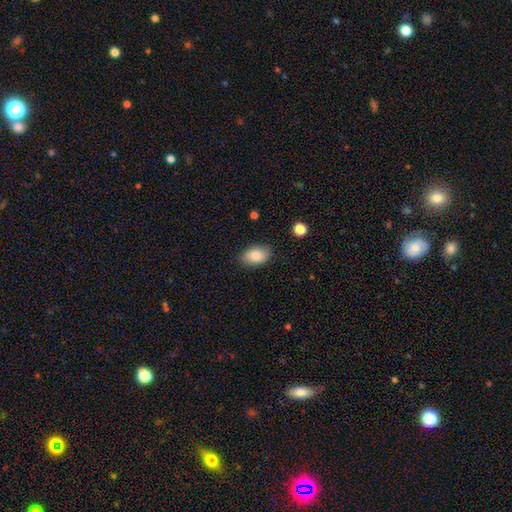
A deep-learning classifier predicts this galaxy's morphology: A smooth galaxy with no disk features (85%) that is in between round and cigar-shaped (90%).

Vote fractions:
- Smooth or featured? smooth: 85% / featured or disk: 8% / star or artifact: 7%
- How rounded? in between: 90% / round: 9% / cigar-shaped: 1%
- Merging? none: 85% / minor disturbance: 11% / major disturbance: 3% / merger: 1%